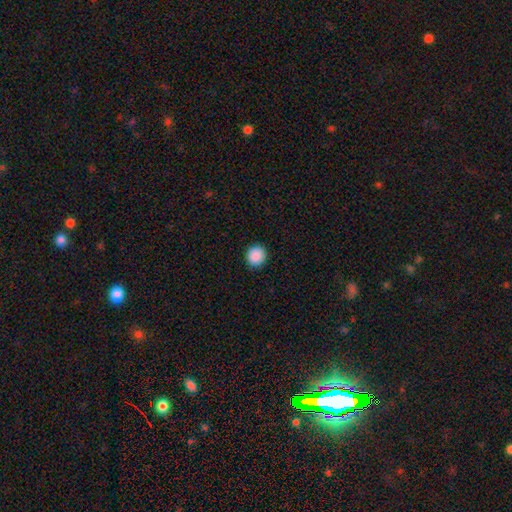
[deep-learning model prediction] smooth-or-featured: smooth: 90% | star or artifact: 8% | featured or disk: 2%
  how-rounded: round: 92% | in between: 7% | cigar-shaped: 1%
  merging: none: 92% | minor disturbance: 5% | major disturbance: 2% | merger: 1%